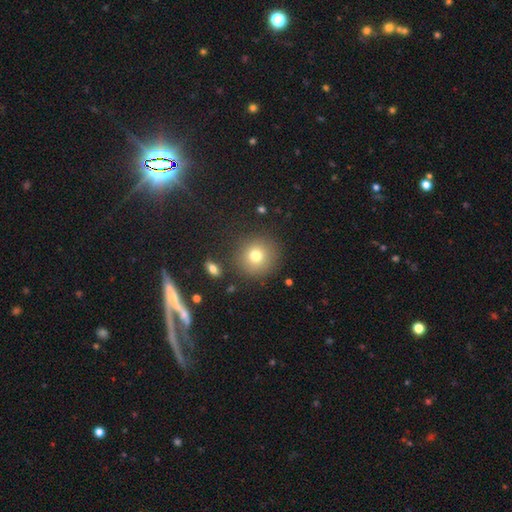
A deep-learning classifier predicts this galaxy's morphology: type=smooth (76%); roundness=round (93%); merging=none (86%).